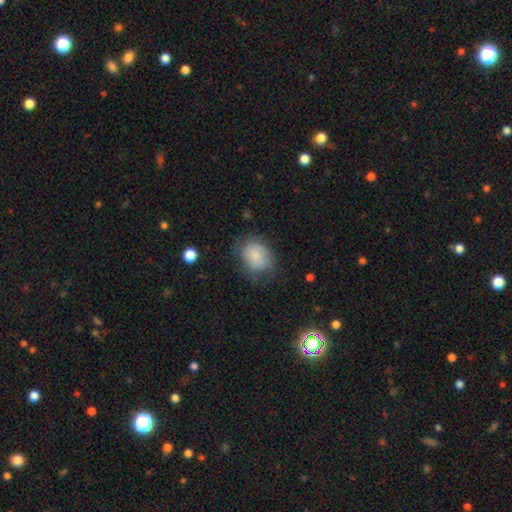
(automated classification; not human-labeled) smooth_or_featured: smooth (p=0.80) [alt: featured or disk p=0.12]
how_rounded: in between (p=0.60) [alt: round p=0.39]
merging: none (p=0.55) [alt: minor disturbance p=0.29]